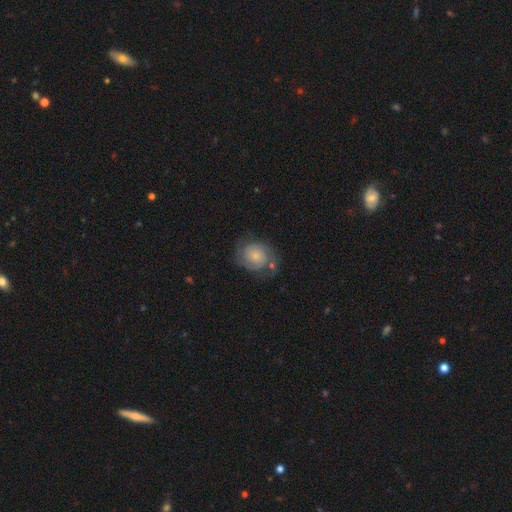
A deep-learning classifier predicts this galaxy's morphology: A featured or disk galaxy (62%) with no bar (78%), 2 (72%) tight (50%) spiral arms (89%) and a small central bulge (64%).

Vote fractions:
- Smooth or featured? featured or disk: 62% / smooth: 31% / star or artifact: 7%
- Edge-on disk? no: 98% / yes: 2%
- Bar? no: 78% / weak: 19% / strong: 3%
- Spiral arms? yes: 89% / no: 11%
- Spiral winding? tight: 50% / medium: 36% / loose: 14%
- Spiral arm count? 2: 72% / can't tell: 14% / 3: 6% / 1: 3% / 4: 2% / more than 4: 2%
- Bulge size? small: 64% / moderate: 22% / none: 7% / large: 5% / dominant: 2%
- Merging? none: 62% / minor disturbance: 21% / major disturbance: 12% / merger: 5%